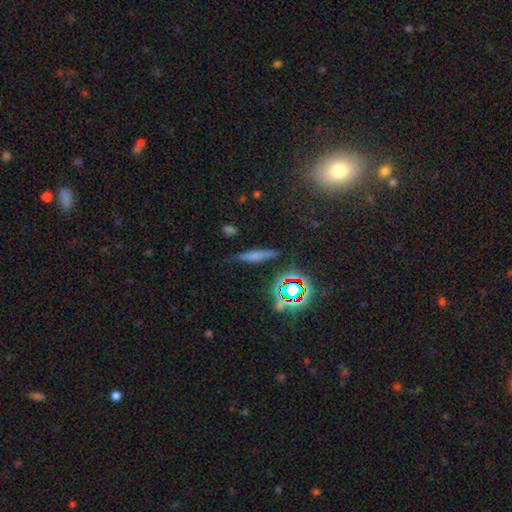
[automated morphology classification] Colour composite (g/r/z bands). It shows a smooth galaxy with no disk features (53%) that is cigar-shaped (82%). Merging: none (75%).